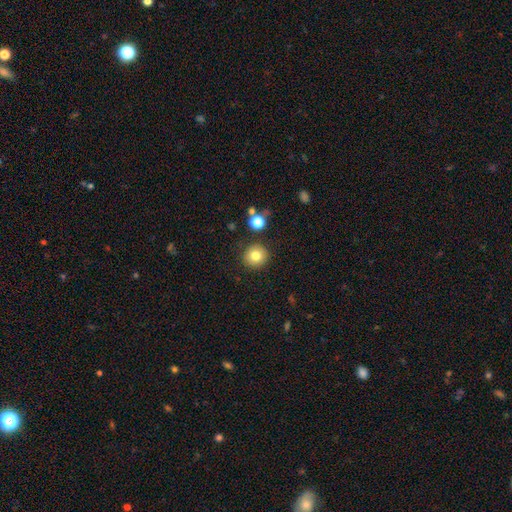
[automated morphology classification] This is clearly a smooth galaxy (81%). How rounded: clearly round (94%). Merging: clearly none (88%).